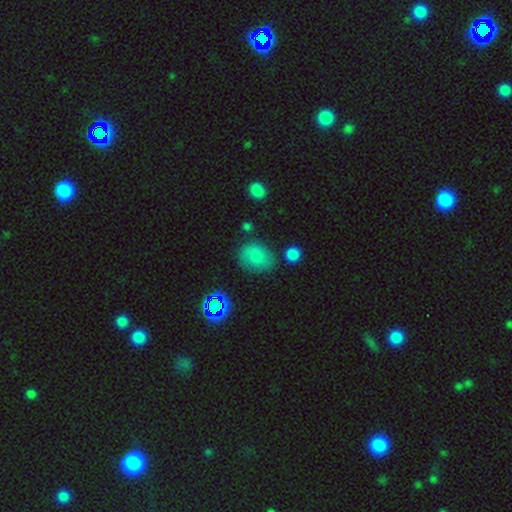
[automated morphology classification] Q: Smooth or featured?
A: smooth (74%); runner-up: featured or disk (13%)
Q: How rounded?
A: round (52%); runner-up: in between (47%)
Q: Merging?
A: none (67%); runner-up: minor disturbance (21%)